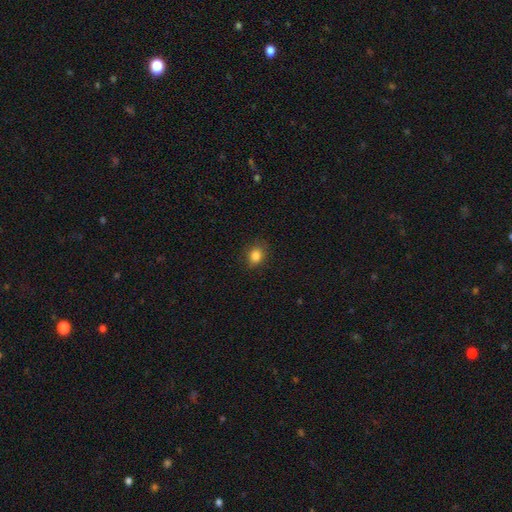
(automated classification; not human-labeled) Smooth or featured?
  - smooth: 84% *
  - star or artifact: 11%
  - featured or disk: 5%
How rounded?
  - in between: 51% *
  - round: 48%
  - cigar-shaped: 1%
Merging?
  - none: 81% *
  - minor disturbance: 15%
  - major disturbance: 3%
  - merger: 1%